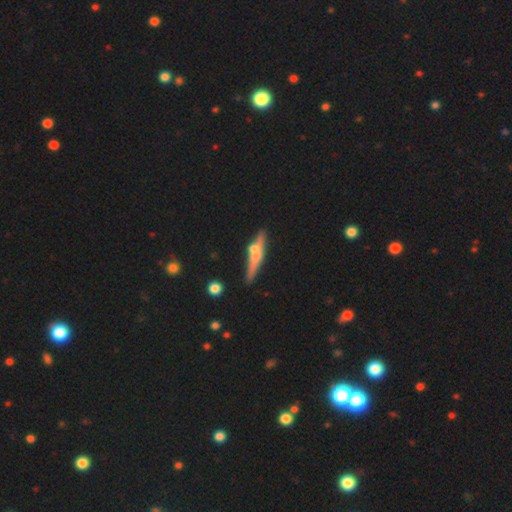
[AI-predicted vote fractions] Smooth or featured? featured or disk (60%)
Edge-on disk? yes (94%)
Edge-on bulge? rounded (77%)
Merging? none (75%)